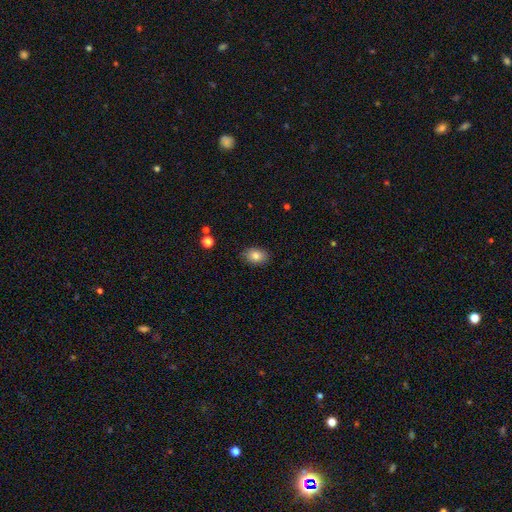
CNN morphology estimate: The model was most divided on "how rounded": in between: 78%, round: 21%, cigar-shaped: 1%. More confident: merging — none (85%); smooth or featured — smooth (82%).